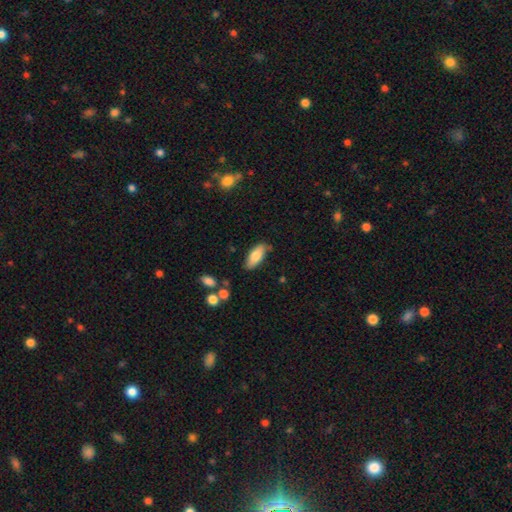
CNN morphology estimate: The model was most divided on "merging": none: 77%, minor disturbance: 16%, merger: 3%, major disturbance: 3%. More confident: how rounded — in between (82%); smooth or featured — smooth (77%).